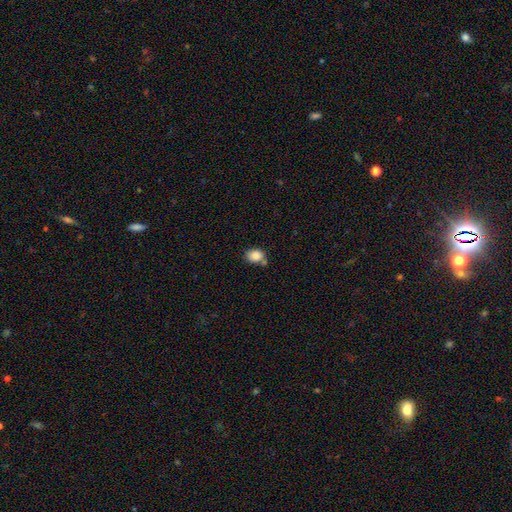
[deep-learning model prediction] This is clearly a smooth galaxy (86%). How rounded: likely in between (60%). Merging: likely none (62%).